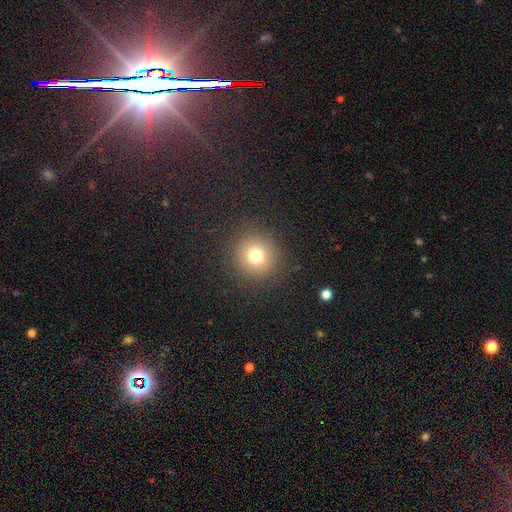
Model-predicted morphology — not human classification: Smooth or featured? smooth (74%)
How rounded? round (94%)
Merging? none (89%)